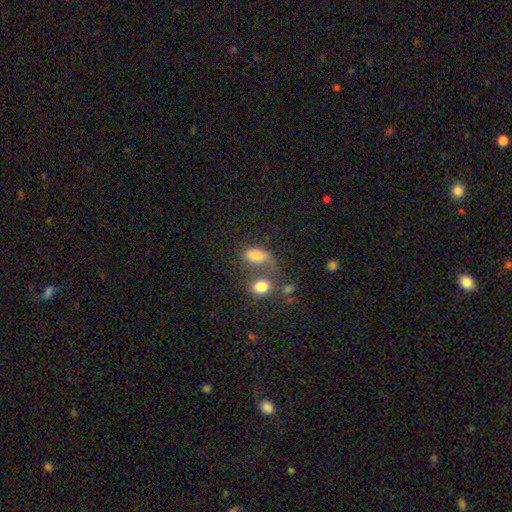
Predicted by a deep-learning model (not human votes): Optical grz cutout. It shows a smooth galaxy with no disk features (78%) that is in between round and cigar-shaped (86%). Merging: merger (36%).